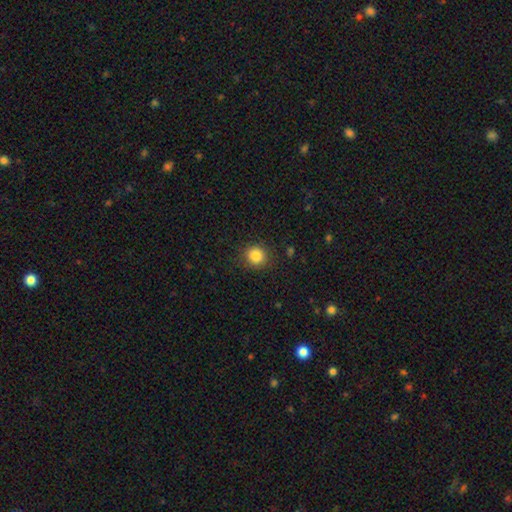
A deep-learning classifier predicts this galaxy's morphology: type=smooth (85%); roundness=round (88%); merging=none (88%).